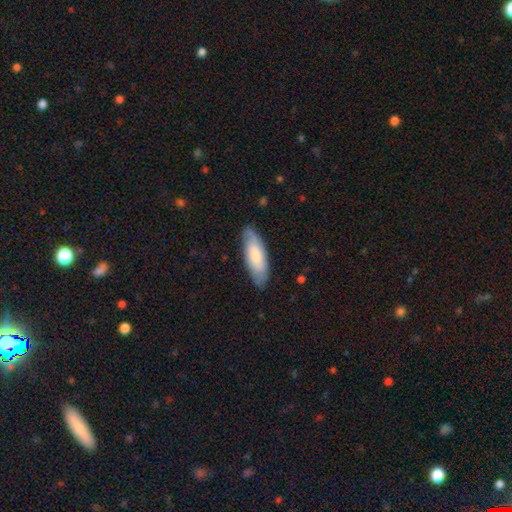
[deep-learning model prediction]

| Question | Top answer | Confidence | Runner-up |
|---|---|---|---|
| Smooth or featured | smooth | 64% | featured or disk (31%) |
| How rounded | in between | 67% | cigar-shaped (32%) |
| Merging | none | 78% | minor disturbance (17%) |